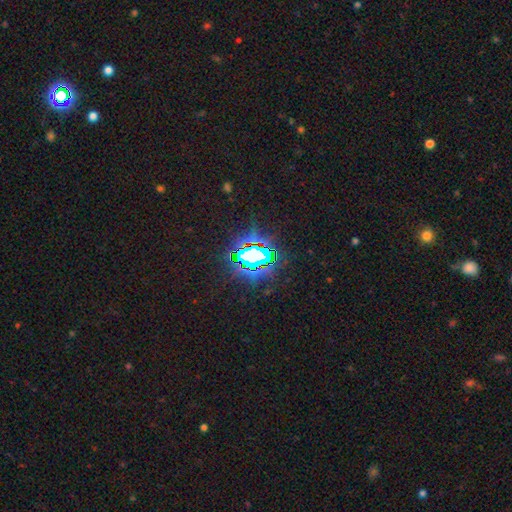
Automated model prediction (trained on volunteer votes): smooth-or-featured: star or artifact: 77% | smooth: 13% | featured or disk: 10%